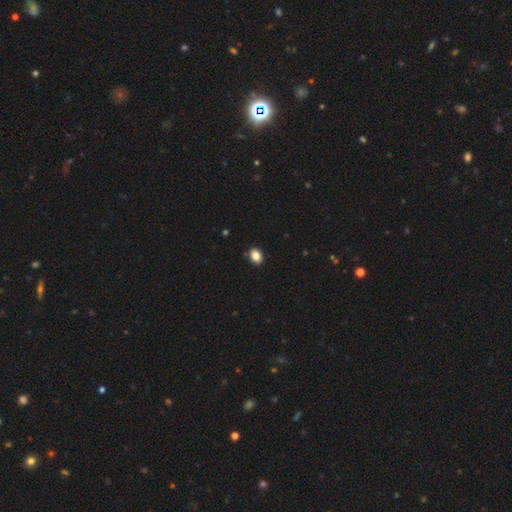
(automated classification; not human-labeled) smooth 86%, star or artifact 9%, featured or disk 5%. Down the decision tree: how rounded — in between (65%); merging — none (89%).